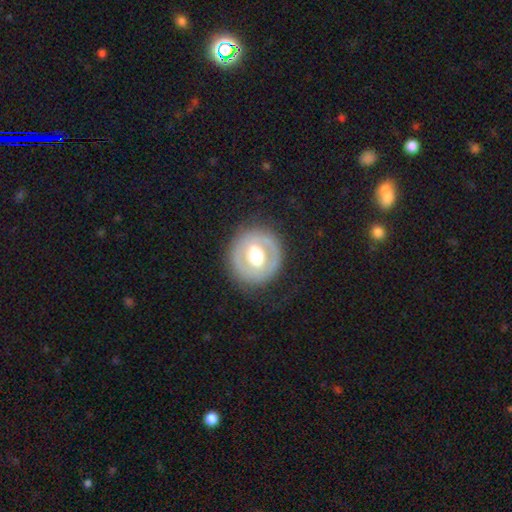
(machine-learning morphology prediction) Smooth or featured? featured or disk (54%)
Edge-on disk? no (96%)
Bar? no (53%)
Spiral arms? no (80%)
Bulge size? moderate (57%)
Merging? none (82%)